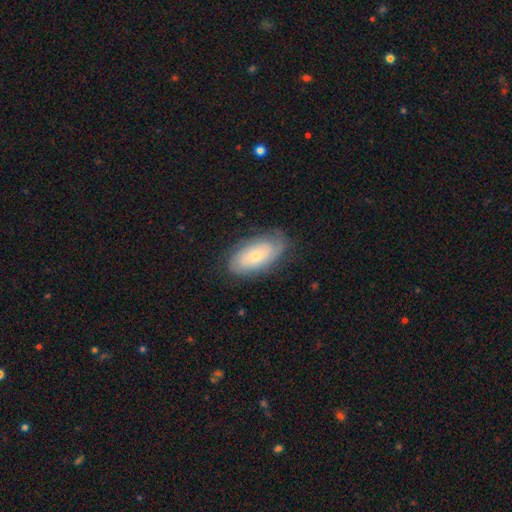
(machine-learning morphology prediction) The model was most divided on "smooth or featured": featured or disk: 56%, smooth: 37%, star or artifact: 7%. More confident: edge-on disk — no (92%); spiral arms — yes (82%); bar — no (79%); merging — none (76%); bulge size — small (66%).